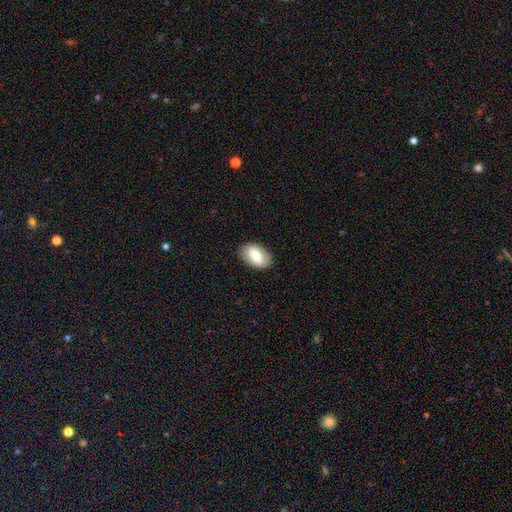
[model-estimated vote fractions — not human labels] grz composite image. It shows a smooth galaxy with no disk features (72%) that is in between round and cigar-shaped (92%). Merging: none (86%).